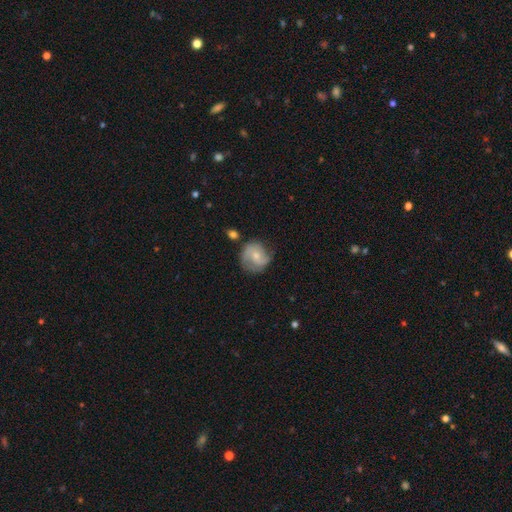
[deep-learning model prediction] The model was most divided on "bulge size": small: 51%, moderate: 43%, none: 3%, large: 2%, dominant: 1%. More confident: edge-on disk — no (97%); spiral arms — yes (86%); merging — none (62%); bar — no (57%); smooth or featured — featured or disk (56%).